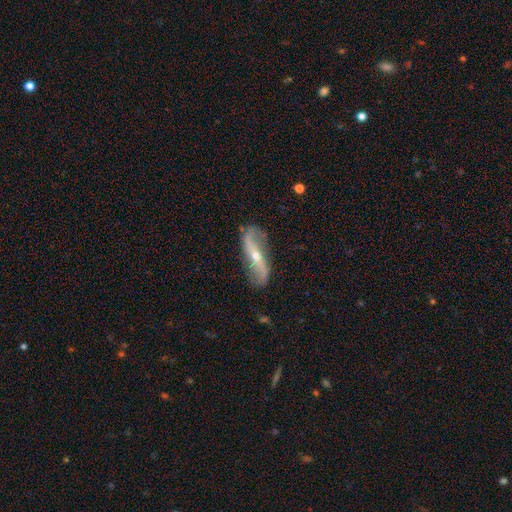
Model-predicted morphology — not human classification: smooth_or_featured: featured or disk (p=0.84) [alt: smooth p=0.10]
disk_edge_on: no (p=0.85) [alt: yes p=0.15]
bar: strong (p=0.38) [alt: no p=0.36]
has_spiral_arms: yes (p=0.93) [alt: no p=0.07]
spiral_winding: loose (p=0.78) [alt: medium p=0.15]
spiral_arm_count: 2 (p=0.92) [alt: can't tell p=0.03]
bulge_size: small (p=0.63) [alt: moderate p=0.34]
merging: none (p=0.78) [alt: minor disturbance p=0.15]